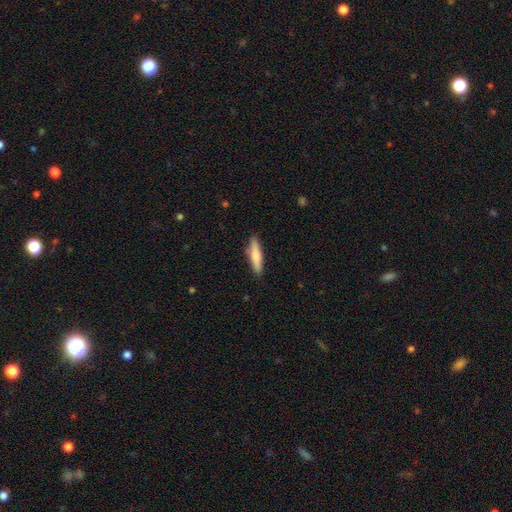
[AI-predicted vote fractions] smooth-or-featured: smooth: 69% | featured or disk: 26% | star or artifact: 5%
  how-rounded: cigar-shaped: 84% | in between: 14% | round: 2%
  merging: none: 88% | minor disturbance: 9% | major disturbance: 2% | merger: 1%